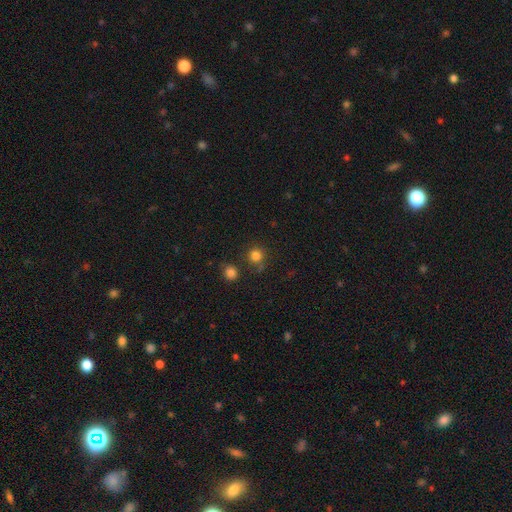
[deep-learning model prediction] smooth 82%, star or artifact 14%, featured or disk 5%. Down the decision tree: how rounded — round (91%); merging — none (74%).